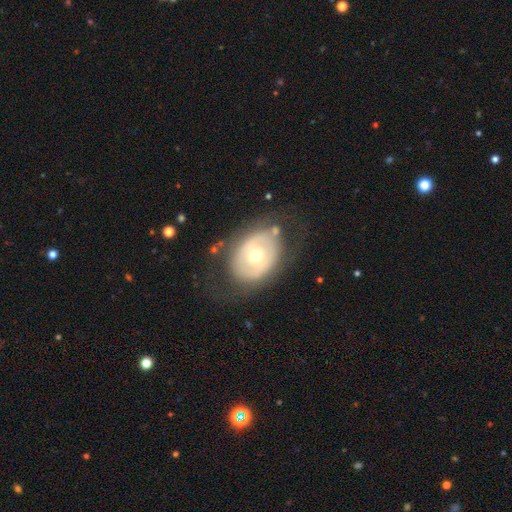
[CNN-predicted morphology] Smooth or featured? Predicted: featured or disk (p=0.57). Edge-on disk? Predicted: no (p=0.94). Bar? Predicted: no (p=0.76). Spiral arms? Predicted: no (p=0.77). Bulge size? Predicted: moderate (p=0.54). Merging? Predicted: none (p=0.67).